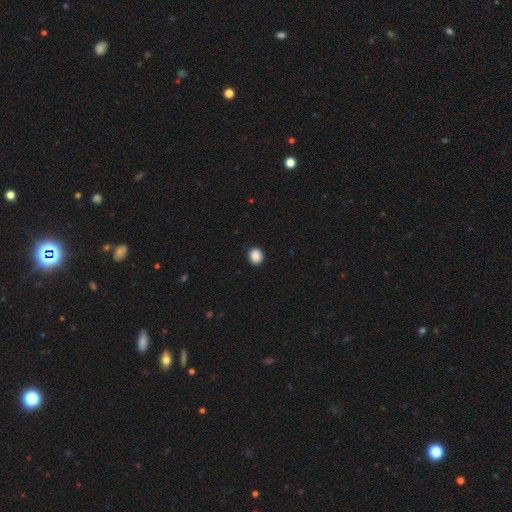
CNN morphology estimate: This is clearly a smooth galaxy (89%). How rounded: likely round (76%). Merging: clearly none (92%).